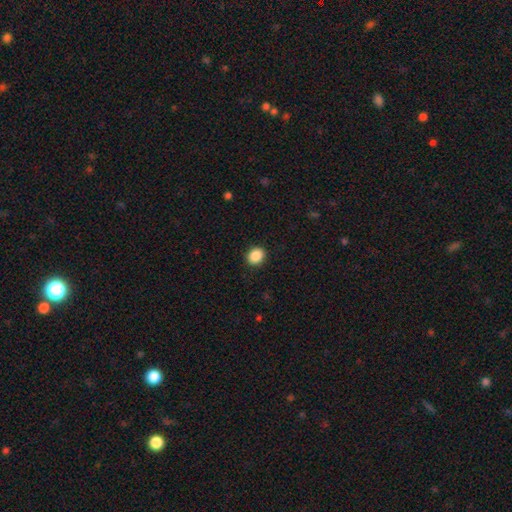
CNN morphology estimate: Smooth or featured? Predicted: smooth (p=0.88). How rounded? Predicted: round (p=0.64). Merging? Predicted: none (p=0.91).